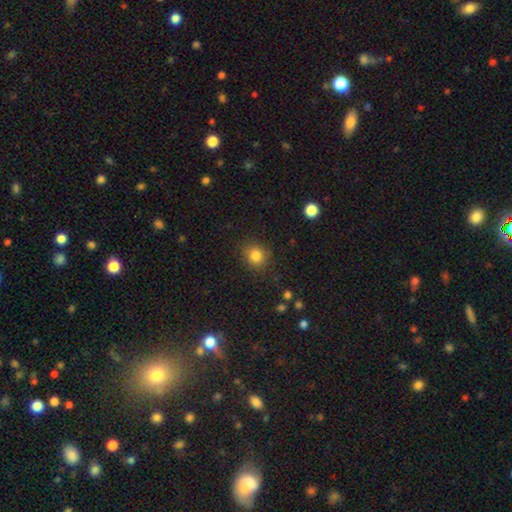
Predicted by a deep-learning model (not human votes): A smooth galaxy with no disk features (83%) that is round (81%).

Vote fractions:
- Smooth or featured? smooth: 83% / star or artifact: 11% / featured or disk: 6%
- How rounded? round: 81% / in between: 18% / cigar-shaped: 1%
- Merging? none: 85% / minor disturbance: 10% / major disturbance: 3% / merger: 1%